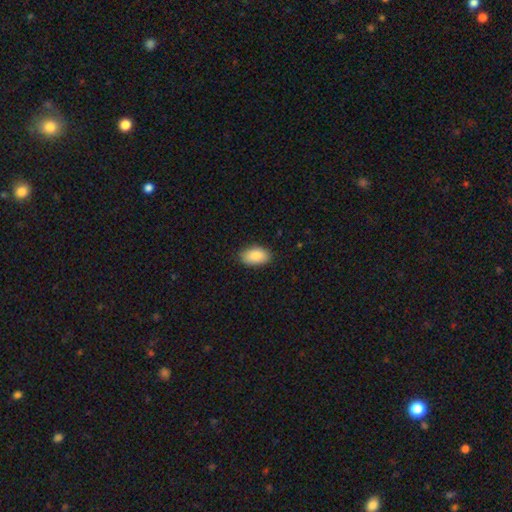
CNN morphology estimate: Smooth or featured? smooth (87%)
How rounded? in between (93%)
Merging? none (86%)